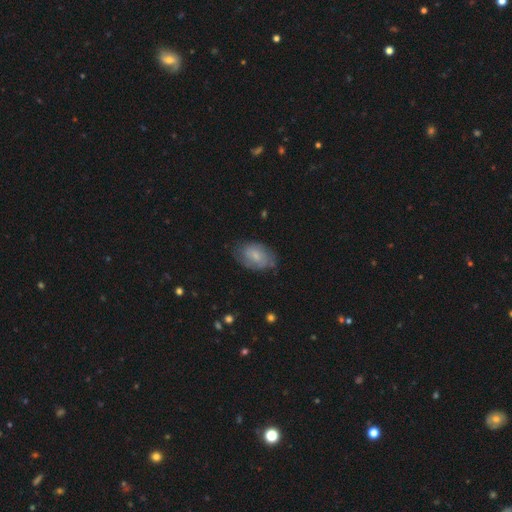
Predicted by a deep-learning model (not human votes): Overall: smooth (54%; featured or disk 39%). How rounded: in between (88%). Merging: none (67%).